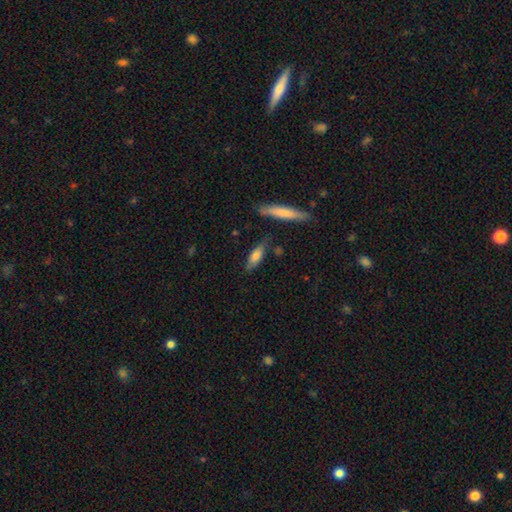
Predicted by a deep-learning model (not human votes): The model was most divided on "how rounded": cigar-shaped: 51%, in between: 47%, round: 2%. More confident: merging — none (74%); smooth or featured — smooth (72%).